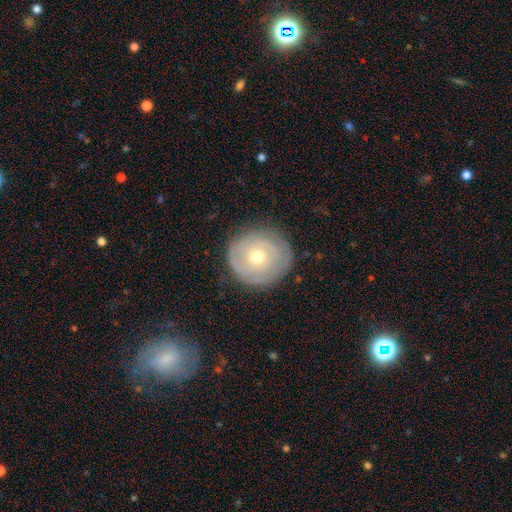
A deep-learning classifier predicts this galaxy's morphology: Overall: featured or disk (58%; smooth 33%). Edge-on disk: no (96%). Bar: no (84%). Spiral arms: yes (61%; no 39%). Bulge size: moderate (51%; small 46%). Merging: none (84%).